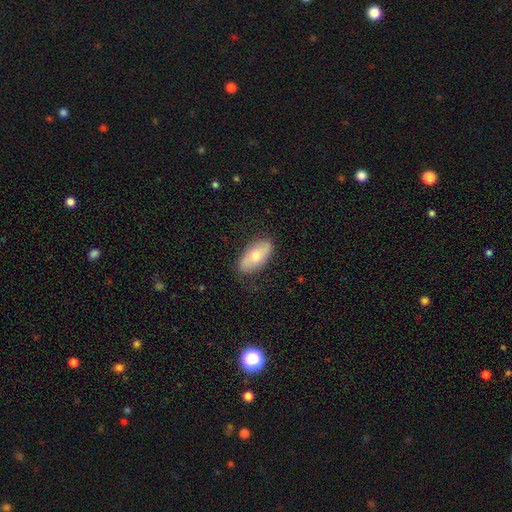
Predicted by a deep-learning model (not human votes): Overall: smooth (62%; featured or disk 32%). How rounded: in between (89%). Merging: none (82%).